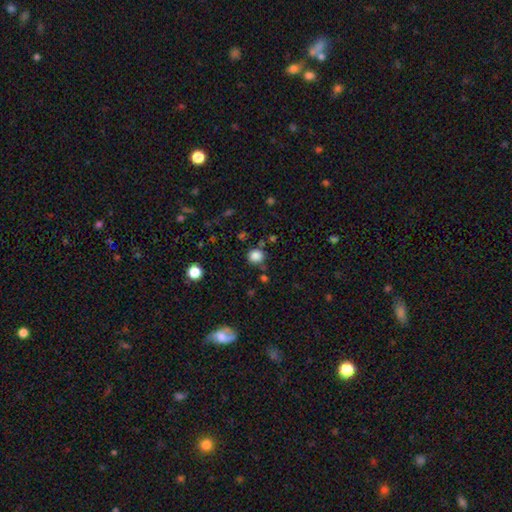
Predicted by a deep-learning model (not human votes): smooth_or_featured: smooth (p=0.84) [alt: star or artifact p=0.13]
how_rounded: round (p=0.88) [alt: in between p=0.11]
merging: none (p=0.80) [alt: minor disturbance p=0.10]